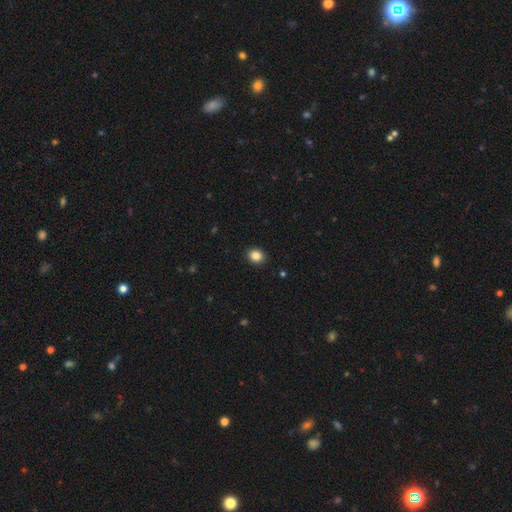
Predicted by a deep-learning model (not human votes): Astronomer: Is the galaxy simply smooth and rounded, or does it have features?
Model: smooth — 85%.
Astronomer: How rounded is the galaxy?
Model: round — 70%.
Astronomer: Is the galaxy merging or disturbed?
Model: none — 92%.